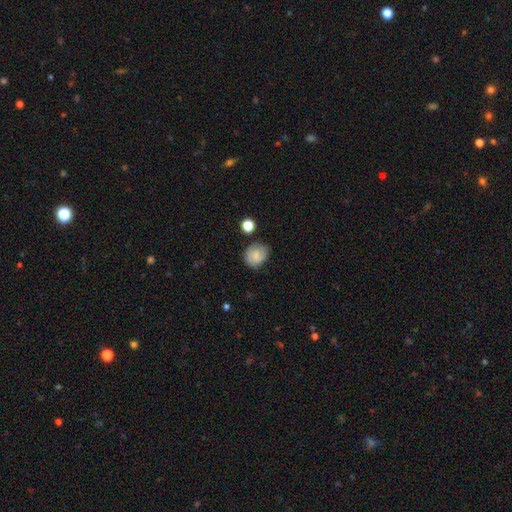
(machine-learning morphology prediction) This appears to be a smooth galaxy with no disk features (73%) that is round (65%). Merging: none (70%).